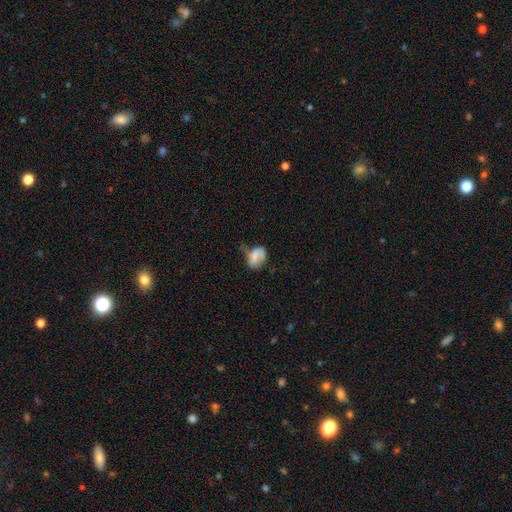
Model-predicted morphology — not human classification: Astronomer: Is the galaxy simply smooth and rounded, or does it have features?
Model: smooth — 59%.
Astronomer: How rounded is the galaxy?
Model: in between — 75%.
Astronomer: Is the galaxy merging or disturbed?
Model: minor disturbance — 36% (runner-up: none, 30%).